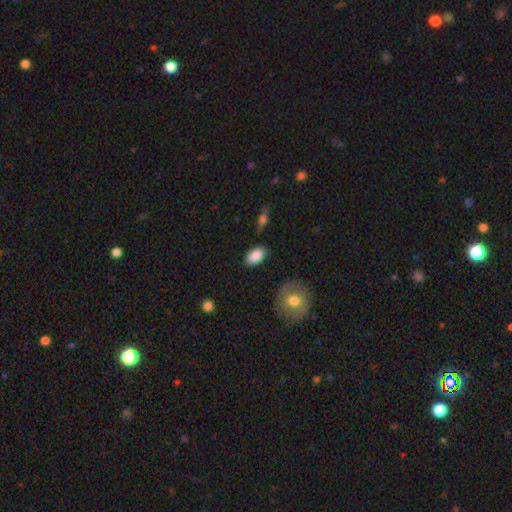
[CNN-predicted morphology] Smooth or featured? Predicted: smooth (p=0.87). How rounded? Predicted: in between (p=0.91). Merging? Predicted: none (p=0.85).